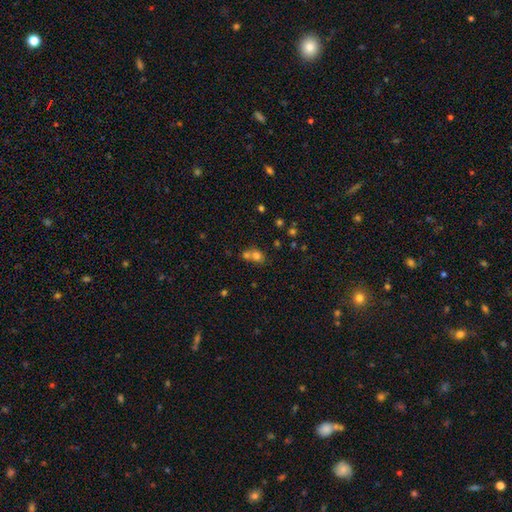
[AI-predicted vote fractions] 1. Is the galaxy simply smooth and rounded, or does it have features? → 71% smooth, 17% star or artifact, 12% featured or disk.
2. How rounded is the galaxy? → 73% round, 26% in between, 1% cigar-shaped.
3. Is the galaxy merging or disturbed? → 55% merger, 35% none, 6% minor disturbance, 3% major disturbance.